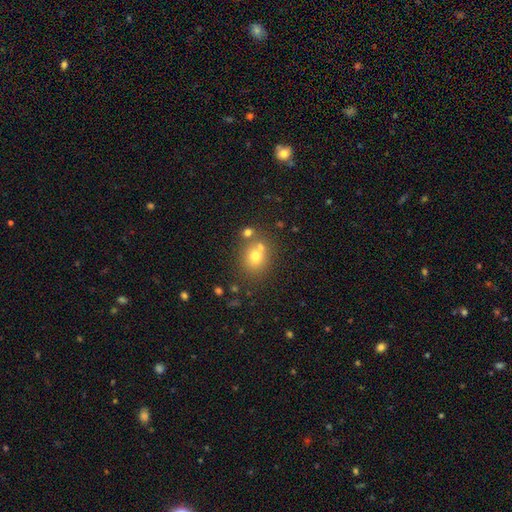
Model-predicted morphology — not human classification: Overall: smooth (70%). How rounded: round (69%; in between 30%). Merging: none (62%; merger 23%).